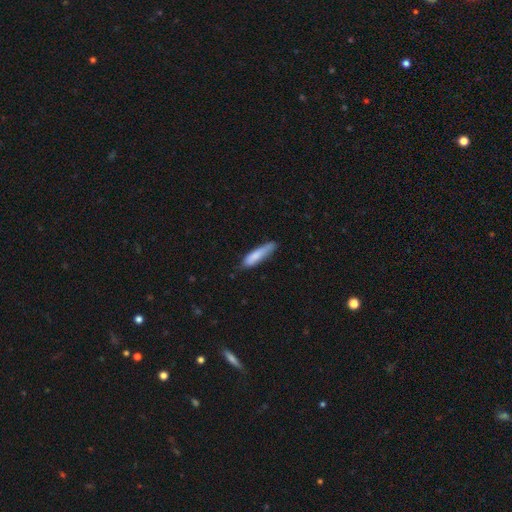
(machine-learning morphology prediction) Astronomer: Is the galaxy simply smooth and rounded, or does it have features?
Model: smooth — 80%.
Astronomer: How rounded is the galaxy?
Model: cigar-shaped — 75%.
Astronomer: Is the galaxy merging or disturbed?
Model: none — 62%.